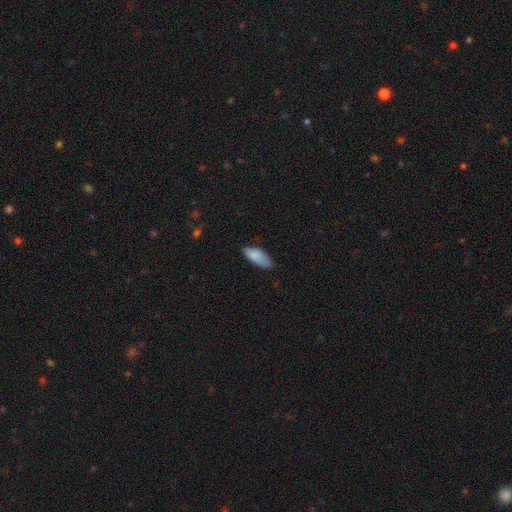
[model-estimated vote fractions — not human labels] A smooth galaxy with no disk features (86%) that is in between round and cigar-shaped (86%).

Vote fractions:
- Smooth or featured? smooth: 86% / featured or disk: 8% / star or artifact: 6%
- How rounded? in between: 86% / cigar-shaped: 13% / round: 2%
- Merging? none: 66% / minor disturbance: 28% / major disturbance: 5% / merger: 1%